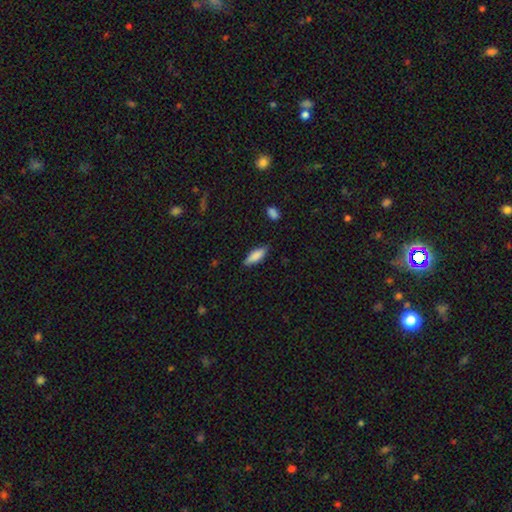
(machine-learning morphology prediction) smooth_or_featured: smooth (p=0.82) [alt: featured or disk p=0.12]
how_rounded: in between (p=0.56) [alt: cigar-shaped p=0.42]
merging: none (p=0.81) [alt: minor disturbance p=0.15]